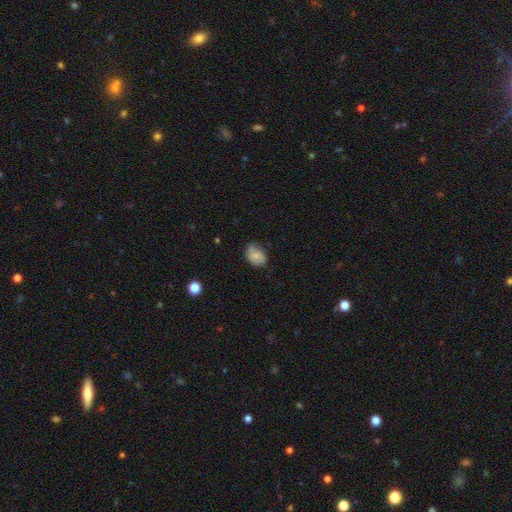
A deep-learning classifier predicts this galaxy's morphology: Smooth or featured: smooth — 72% (featured or disk — 20%)
How rounded: in between — 73% (round — 26%)
Merging: none — 61% (minor disturbance — 31%)